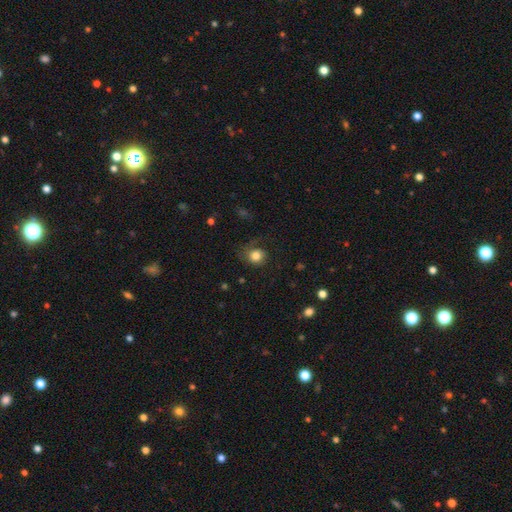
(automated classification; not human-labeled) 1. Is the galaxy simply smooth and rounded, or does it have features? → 78% smooth, 13% featured or disk, 10% star or artifact.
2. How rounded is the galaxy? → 75% round, 24% in between, 1% cigar-shaped.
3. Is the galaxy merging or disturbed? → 58% none, 21% minor disturbance, 20% major disturbance, 2% merger.